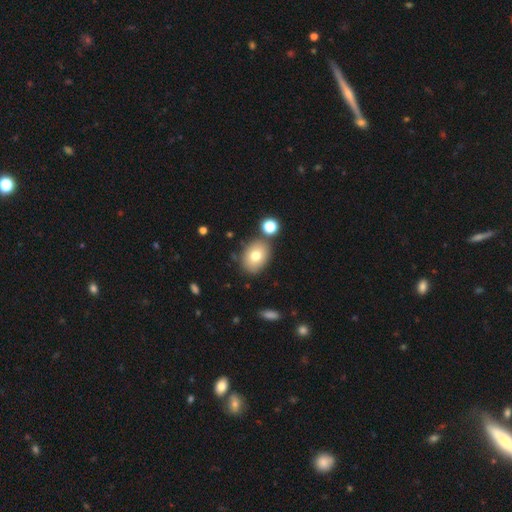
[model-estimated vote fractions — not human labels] Smooth or featured? smooth (74%)
How rounded? in between (66%)
Merging? none (77%)